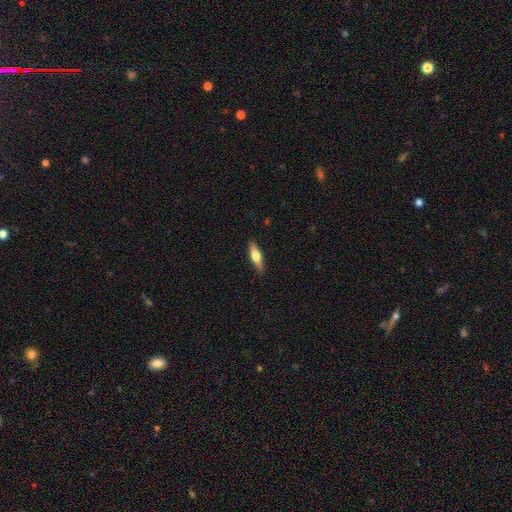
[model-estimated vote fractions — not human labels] Smooth or featured? smooth (55%)
How rounded? cigar-shaped (60%)
Merging? none (88%)